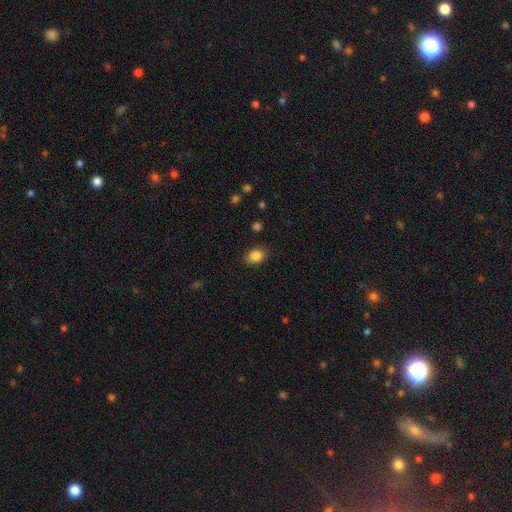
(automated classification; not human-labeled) Morphology: type=smooth (86%); roundness=in between (64%); merging=none (85%).